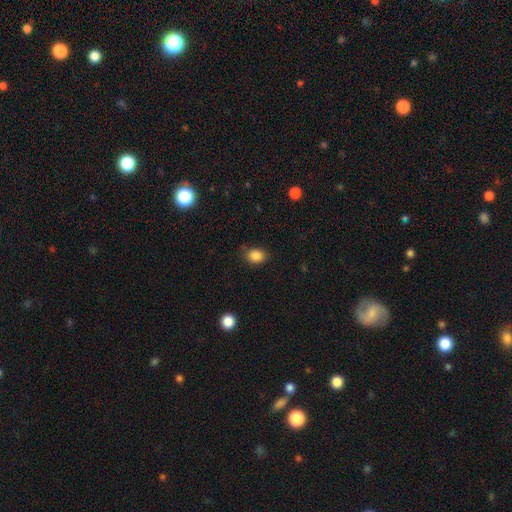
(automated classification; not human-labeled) smooth-or-featured: smooth: 86% | star or artifact: 10% | featured or disk: 4%
  how-rounded: in between: 64% | round: 35% | cigar-shaped: 1%
  merging: none: 78% | minor disturbance: 16% | major disturbance: 3% | merger: 2%